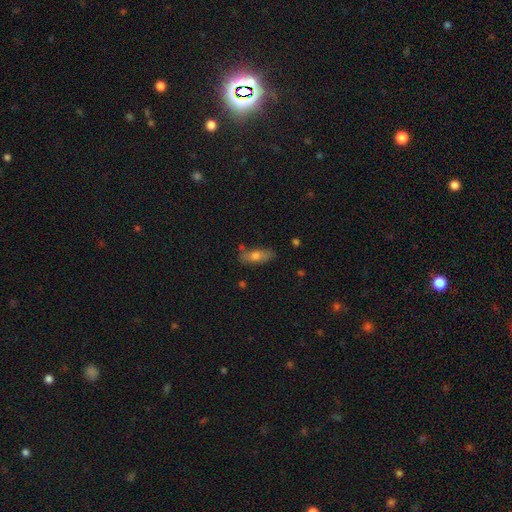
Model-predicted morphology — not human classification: This appears to be a smooth galaxy with no disk features (67%) that is in between round and cigar-shaped (70%). Merging: none (70%).